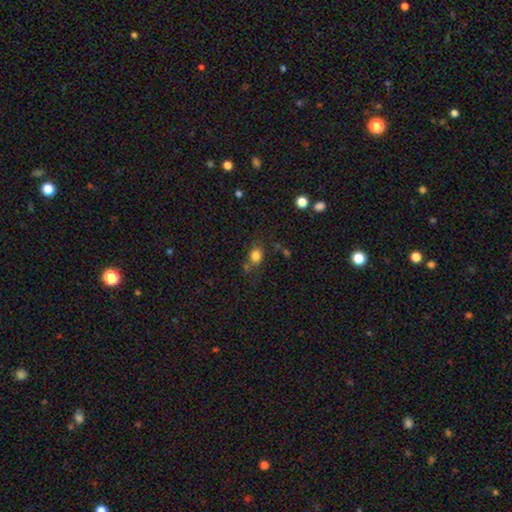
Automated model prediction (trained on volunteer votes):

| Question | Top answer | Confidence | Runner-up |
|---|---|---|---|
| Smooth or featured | smooth | 80% | star or artifact (12%) |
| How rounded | in between | 57% | round (42%) |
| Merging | none | 64% | minor disturbance (18%) |